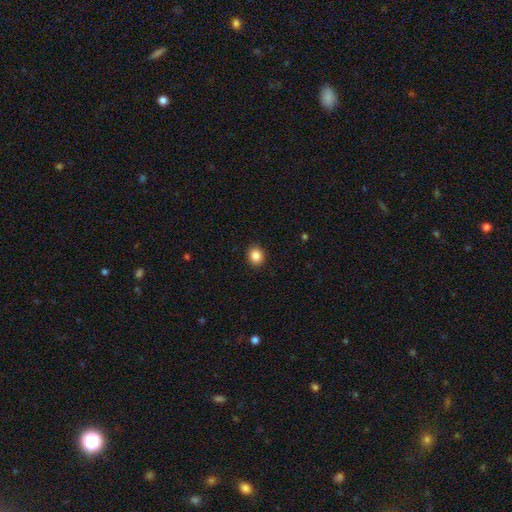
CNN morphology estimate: smooth-or-featured: smooth: 86% | star or artifact: 10% | featured or disk: 4%
  how-rounded: round: 74% | in between: 25% | cigar-shaped: 1%
  merging: none: 91% | minor disturbance: 6% | major disturbance: 2% | merger: 1%